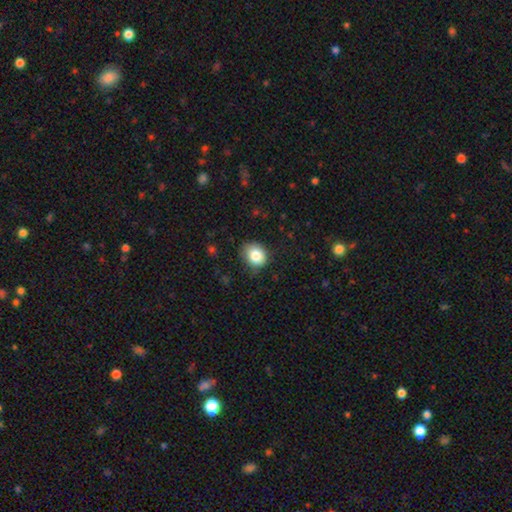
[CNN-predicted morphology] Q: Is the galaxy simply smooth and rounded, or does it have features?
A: smooth — 82%.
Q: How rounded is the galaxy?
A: round — 65%.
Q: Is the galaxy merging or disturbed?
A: none — 72%.